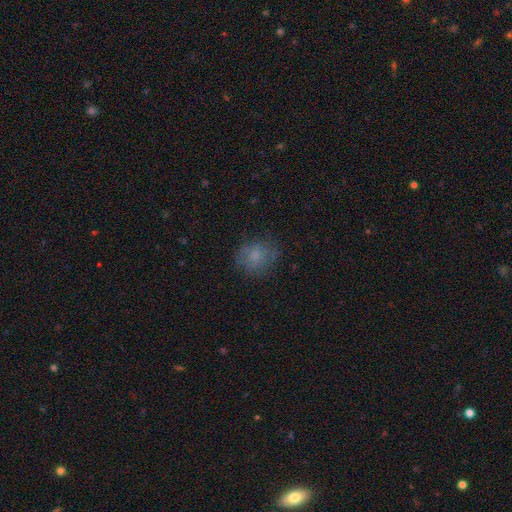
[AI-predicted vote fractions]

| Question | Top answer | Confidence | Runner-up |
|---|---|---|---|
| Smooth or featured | smooth | 72% | featured or disk (15%) |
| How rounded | round | 71% | in between (28%) |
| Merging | none | 70% | minor disturbance (19%) |